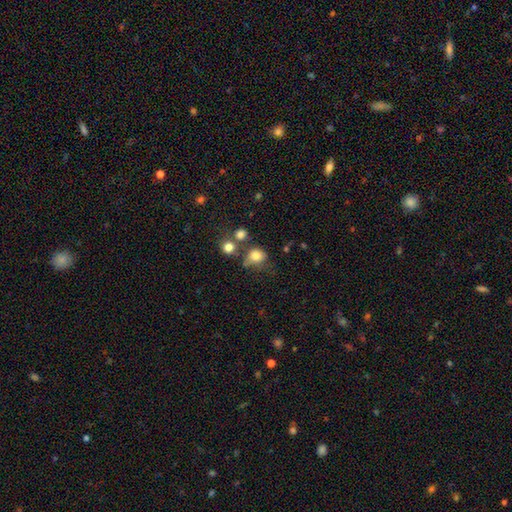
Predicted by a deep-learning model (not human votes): smooth 79%, star or artifact 12%, featured or disk 9%. Down the decision tree: how rounded — round (66%); merging — none (47%).